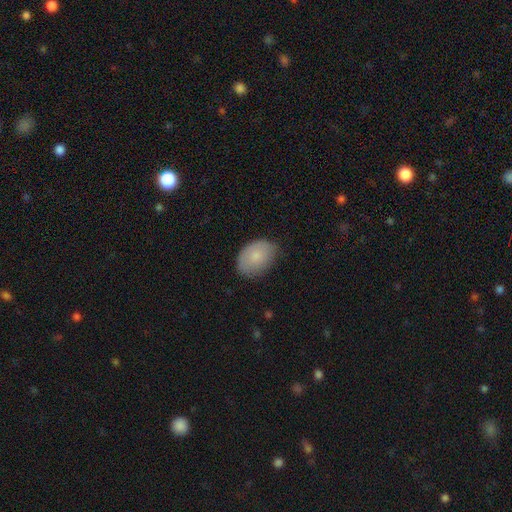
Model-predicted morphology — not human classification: smooth_or_featured: smooth (p=0.78) [alt: featured or disk p=0.15]
how_rounded: in between (p=0.80) [alt: round p=0.19]
merging: none (p=0.66) [alt: minor disturbance p=0.27]